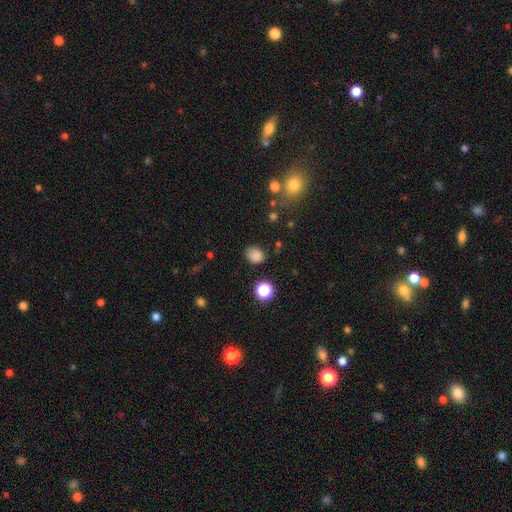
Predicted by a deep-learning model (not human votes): Smooth or featured?
  - smooth: 79% *
  - star or artifact: 16%
  - featured or disk: 5%
How rounded?
  - in between: 54% *
  - round: 45%
  - cigar-shaped: 1%
Merging?
  - none: 72% *
  - minor disturbance: 20%
  - major disturbance: 5%
  - merger: 3%